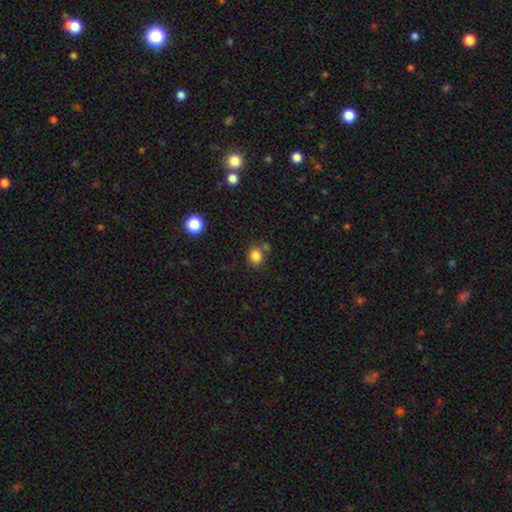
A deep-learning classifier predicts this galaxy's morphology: This is clearly a smooth galaxy (84%). How rounded: likely round (72%). Merging: likely none (71%).